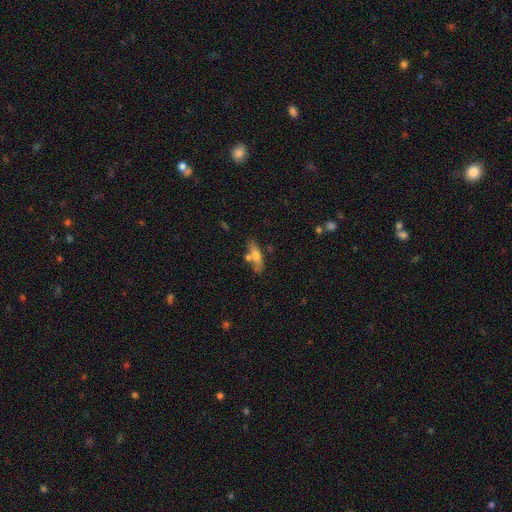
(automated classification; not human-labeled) Smooth or featured? smooth (61%)
How rounded? cigar-shaped (55%)
Merging? none (62%)